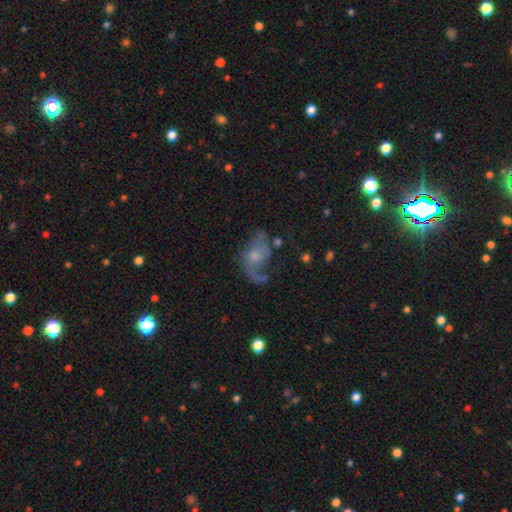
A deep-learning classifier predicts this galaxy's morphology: Smooth or featured? featured or disk (71%)
Edge-on disk? no (96%)
Bar? no (73%)
Spiral arms? yes (85%)
Spiral winding? loose (67%)
Spiral arm count? 2 (57%)
Bulge size? small (43%)
Merging? none (42%)